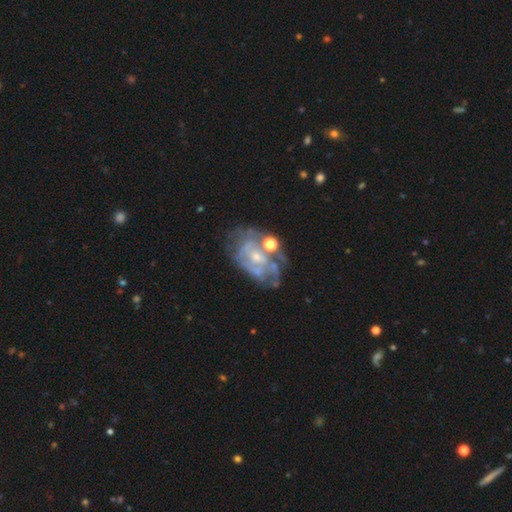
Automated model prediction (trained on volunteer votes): This is likely a featured or disk galaxy (77%). It is clearly not viewed edge-on (97%). Bar: likely no (66%). Spiral arm pattern: likely yes (65%). Central bulge: possibly small (52%). Merging: possibly none (46%).